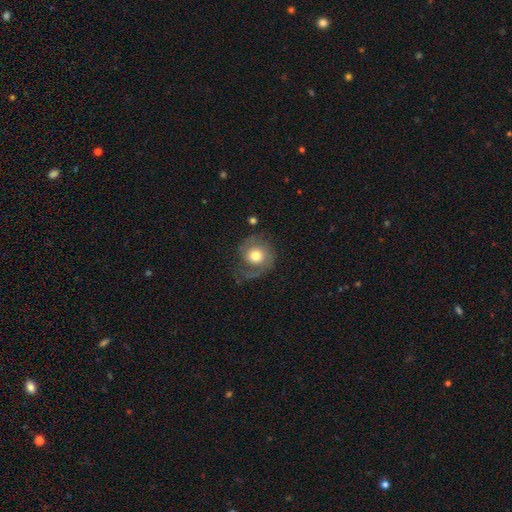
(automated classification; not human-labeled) The model was most divided on "spiral winding": medium: 43%, loose: 29%, tight: 28%. More confident: edge-on disk — no (97%); spiral arms — yes (87%); bar — no (77%); spiral arm count — 2 (66%); bulge size — moderate (63%); smooth or featured — featured or disk (61%); merging — none (59%).